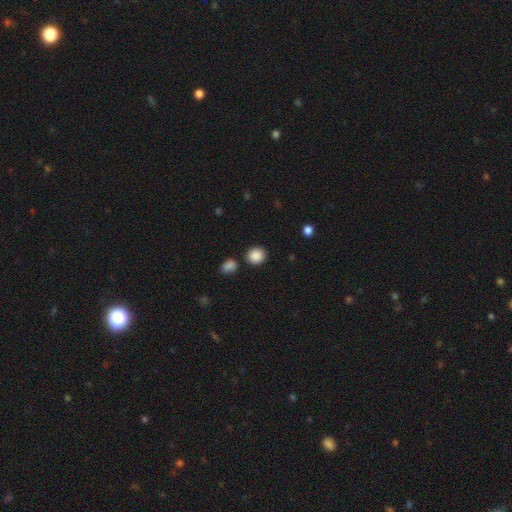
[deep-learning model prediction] A smooth galaxy with no disk features (88%) that is round (75%). Merging: none (83%).